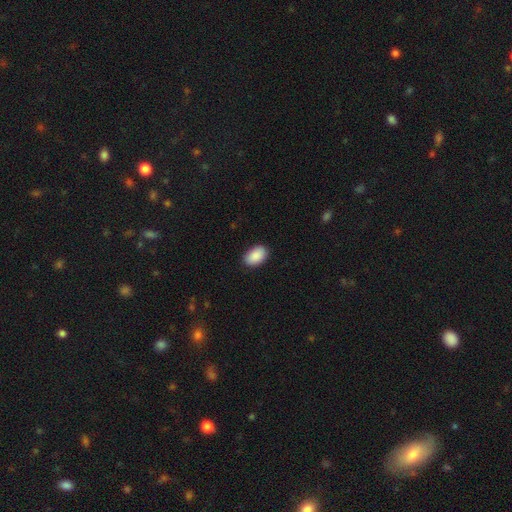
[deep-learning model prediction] This is clearly a smooth galaxy (91%). How rounded: clearly in between (92%). Merging: clearly none (88%).